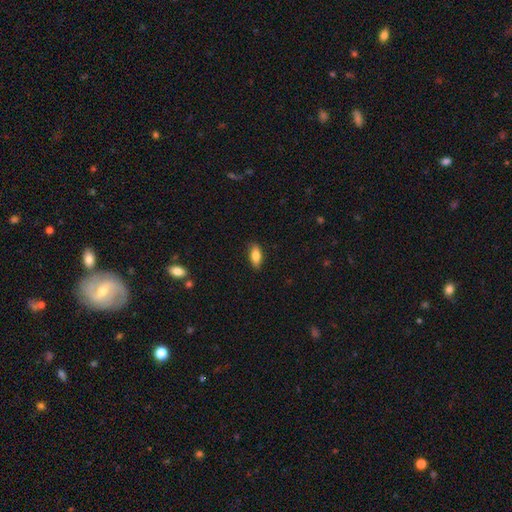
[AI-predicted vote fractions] Smooth or featured?
  - smooth: 79% *
  - featured or disk: 14%
  - star or artifact: 7%
How rounded?
  - in between: 81% *
  - cigar-shaped: 16%
  - round: 3%
Merging?
  - none: 87% *
  - minor disturbance: 10%
  - major disturbance: 2%
  - merger: 1%